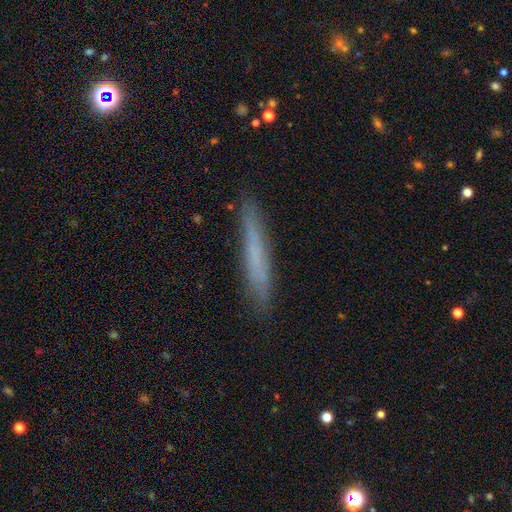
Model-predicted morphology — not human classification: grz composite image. It shows a smooth galaxy with no disk features (61%) that is cigar-shaped (95%). Merging: none (89%).